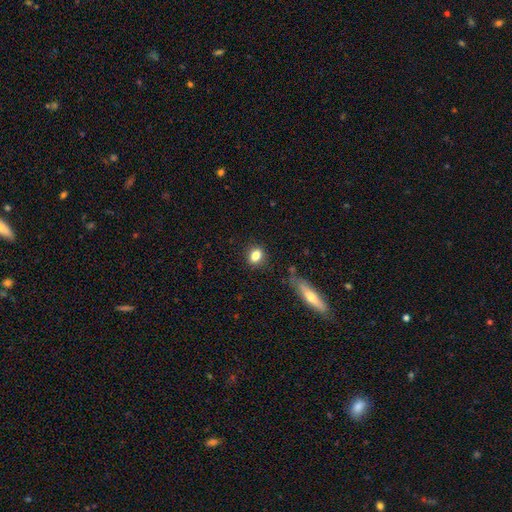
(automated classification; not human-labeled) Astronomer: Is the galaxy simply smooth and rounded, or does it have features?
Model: smooth — 82%.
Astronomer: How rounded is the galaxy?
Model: in between — 53% (runner-up: round, 44%).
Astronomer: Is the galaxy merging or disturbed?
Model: none — 85%.